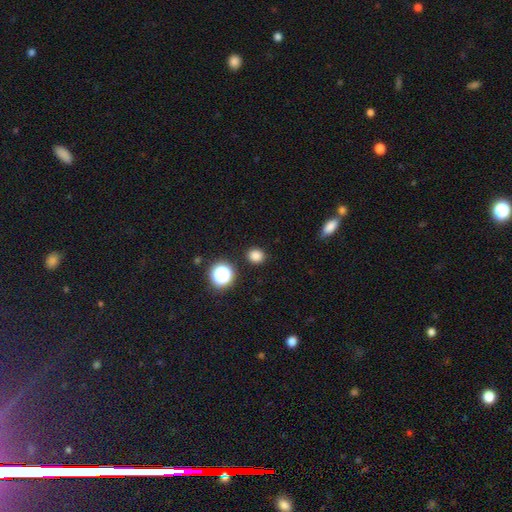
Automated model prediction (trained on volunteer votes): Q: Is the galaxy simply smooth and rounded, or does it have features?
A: smooth — 81%.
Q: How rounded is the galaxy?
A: round — 82%.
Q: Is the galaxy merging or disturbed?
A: none — 89%.